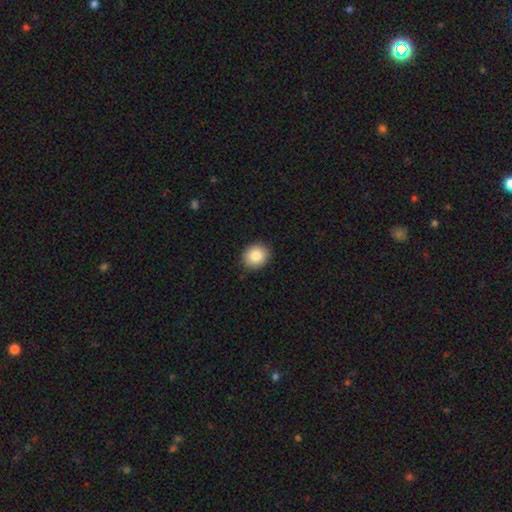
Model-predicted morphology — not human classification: smooth-or-featured: smooth: 86% | star or artifact: 8% | featured or disk: 6%
  how-rounded: round: 70% | in between: 29% | cigar-shaped: 1%
  merging: none: 90% | minor disturbance: 7% | major disturbance: 2% | merger: 1%